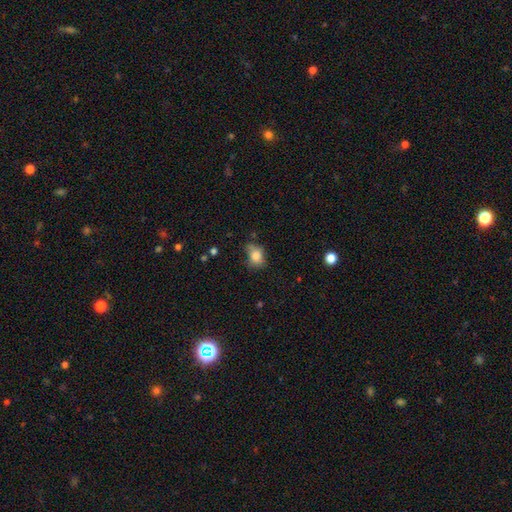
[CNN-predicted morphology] type=smooth (81%); roundness=in between (60%); merging=none (49%).